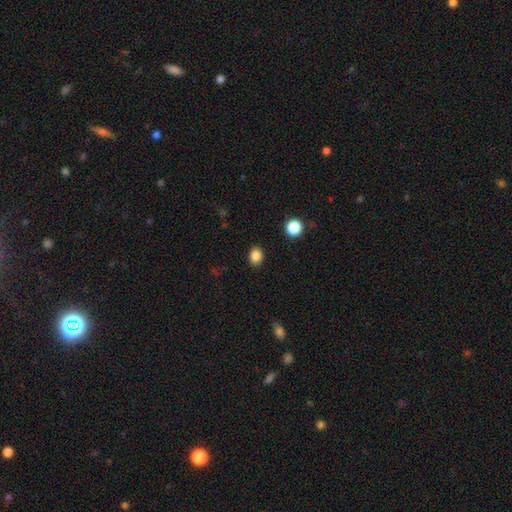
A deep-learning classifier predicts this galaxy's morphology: Smooth or featured?
  - smooth: 85% *
  - star or artifact: 10%
  - featured or disk: 5%
How rounded?
  - in between: 63% *
  - round: 36%
  - cigar-shaped: 1%
Merging?
  - none: 88% *
  - minor disturbance: 8%
  - major disturbance: 2%
  - merger: 1%